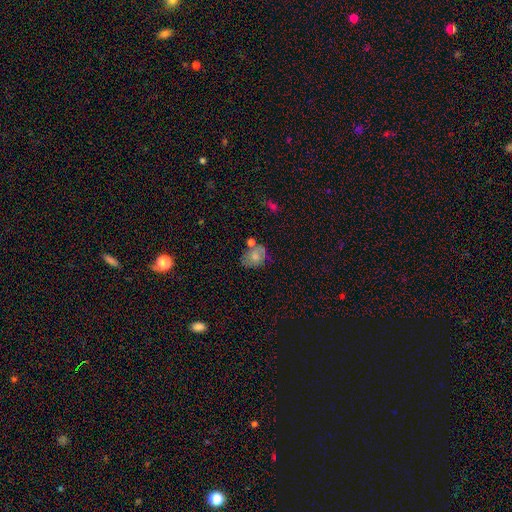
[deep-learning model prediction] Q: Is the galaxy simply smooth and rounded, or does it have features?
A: smooth — 70%.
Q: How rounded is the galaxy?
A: in between — 58%.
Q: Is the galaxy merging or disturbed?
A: none — 49%.